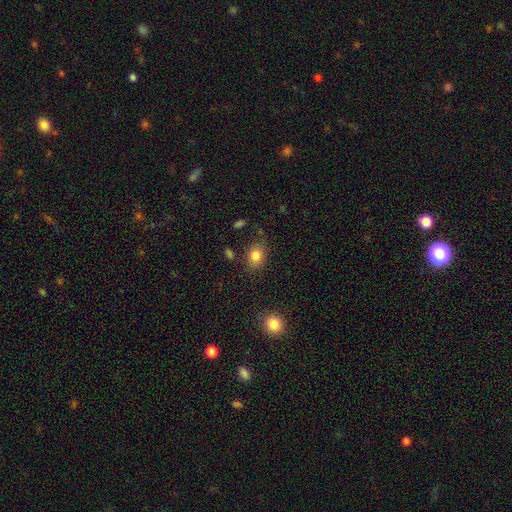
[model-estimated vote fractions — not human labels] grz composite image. It shows a smooth galaxy with no disk features (83%) that is in between round and cigar-shaped (66%). Merging: none (77%).